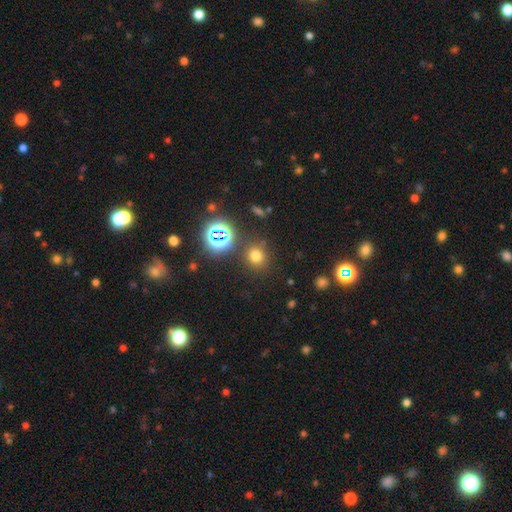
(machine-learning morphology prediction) Smooth or featured: smooth — 68% (star or artifact — 25%)
How rounded: round — 81% (in between — 18%)
Merging: none — 80% (minor disturbance — 10%)